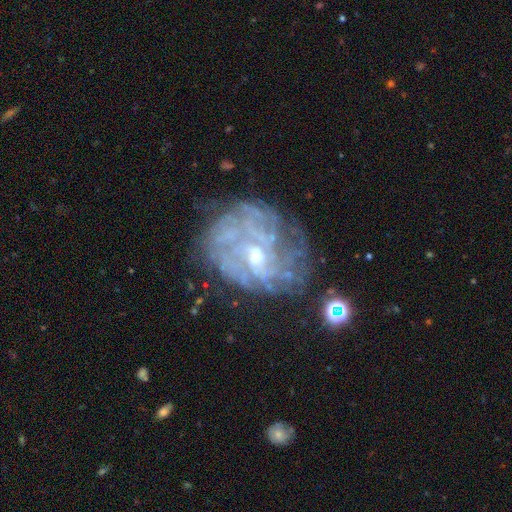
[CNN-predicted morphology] This is likely a featured or disk galaxy (77%). It is clearly not viewed edge-on (97%). Bar: possibly no (56%). Spiral arm pattern: likely yes (74%). Spiral arm count: possibly can't tell (57%). Spiral winding: possibly tight (60%). Central bulge: possibly moderate (47%). Merging: likely none (64%).